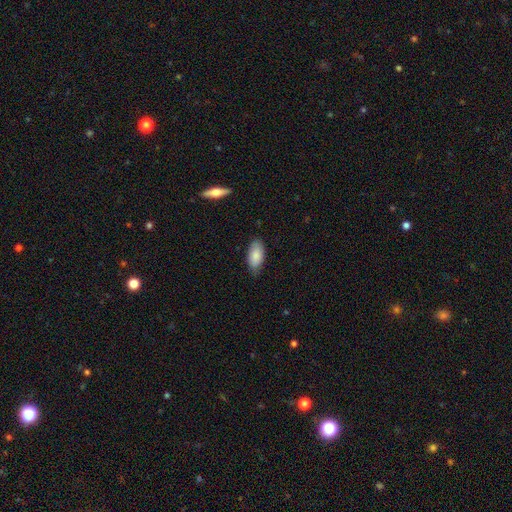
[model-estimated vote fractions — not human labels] Smooth or featured?
  - smooth: 84% *
  - featured or disk: 10%
  - star or artifact: 6%
How rounded?
  - in between: 93% *
  - cigar-shaped: 5%
  - round: 2%
Merging?
  - none: 73% *
  - minor disturbance: 23%
  - major disturbance: 3%
  - merger: 1%